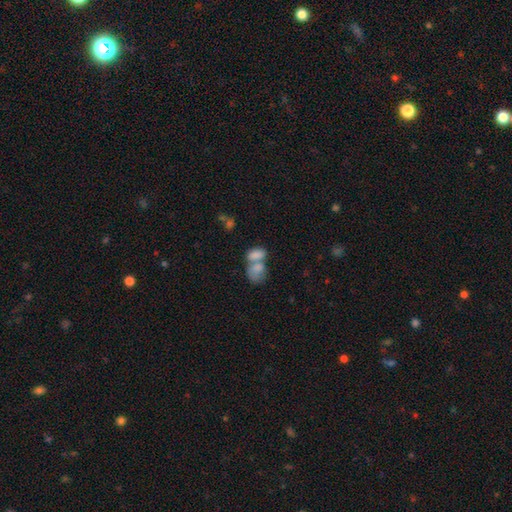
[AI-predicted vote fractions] A smooth galaxy with no disk features (79%) that is in between round and cigar-shaped (85%).

Vote fractions:
- Smooth or featured? smooth: 79% / featured or disk: 13% / star or artifact: 8%
- How rounded? in between: 85% / round: 13% / cigar-shaped: 2%
- Merging? merger: 68% / none: 19% / minor disturbance: 8% / major disturbance: 5%